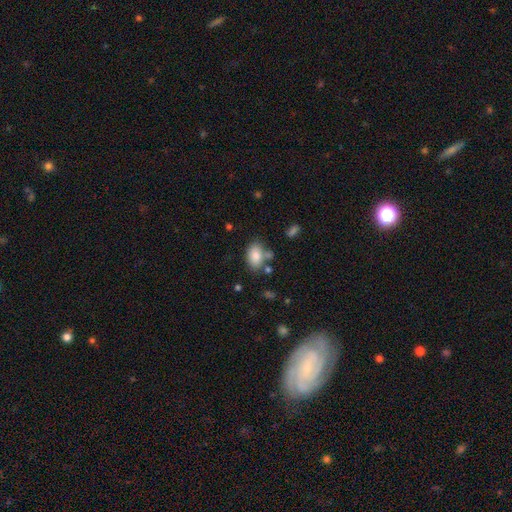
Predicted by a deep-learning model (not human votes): Morphology: type=smooth (83%); roundness=in between (89%); merging=none (66%).